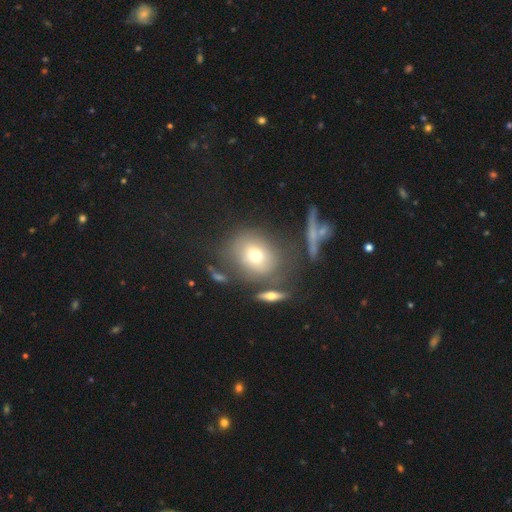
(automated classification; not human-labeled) A smooth galaxy with no disk features (64%) that is round (64%).

Vote fractions:
- Smooth or featured? smooth: 64% / featured or disk: 23% / star or artifact: 13%
- How rounded? round: 64% / in between: 34% / cigar-shaped: 2%
- Merging? none: 66% / minor disturbance: 15% / merger: 10% / major disturbance: 9%